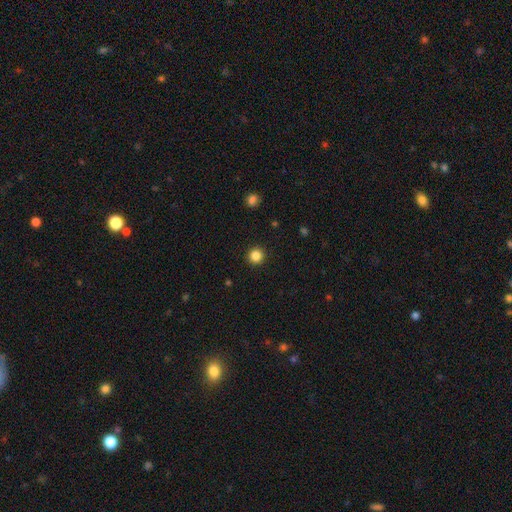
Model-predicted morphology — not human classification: A smooth galaxy with no disk features (85%) that is round (96%).

Vote fractions:
- Smooth or featured? smooth: 85% / star or artifact: 11% / featured or disk: 3%
- How rounded? round: 96% / in between: 3% / cigar-shaped: 1%
- Merging? none: 93% / minor disturbance: 4% / major disturbance: 2% / merger: 1%